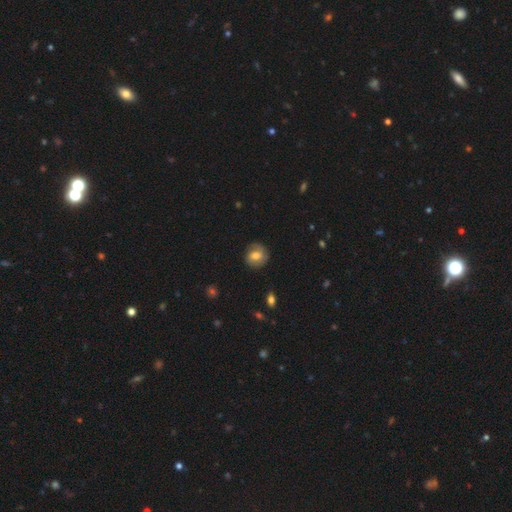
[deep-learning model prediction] Overall: smooth (49%; featured or disk 43%). Merging: none (78%).